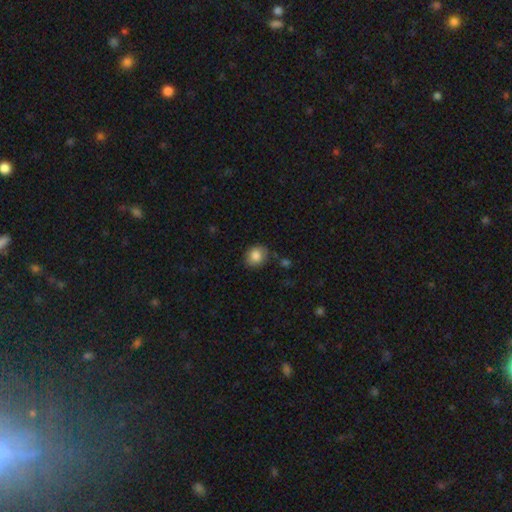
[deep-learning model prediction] A smooth galaxy with no disk features (85%) that is round (68%). Merging: none (79%).